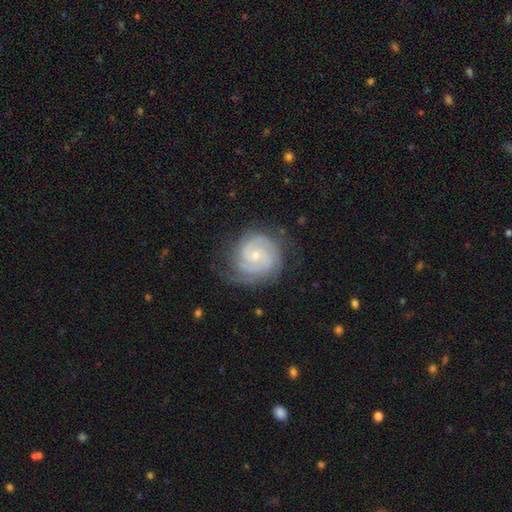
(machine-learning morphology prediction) featured or disk 87%, smooth 8%, star or artifact 5%. Down the decision tree: edge-on disk — no (98%); bar — no (68%); spiral arms — yes (98%); spiral arm count — 2 (40%); spiral winding — tight (72%); bulge size — small (74%); merging — none (74%).